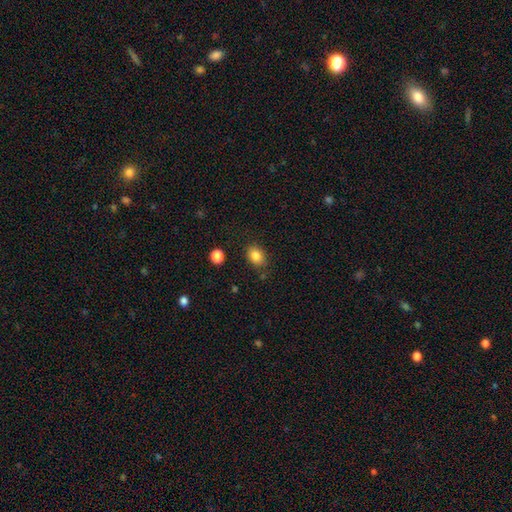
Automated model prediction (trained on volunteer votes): Overall: smooth (85%). How rounded: in between (64%; round 35%). Merging: none (81%).